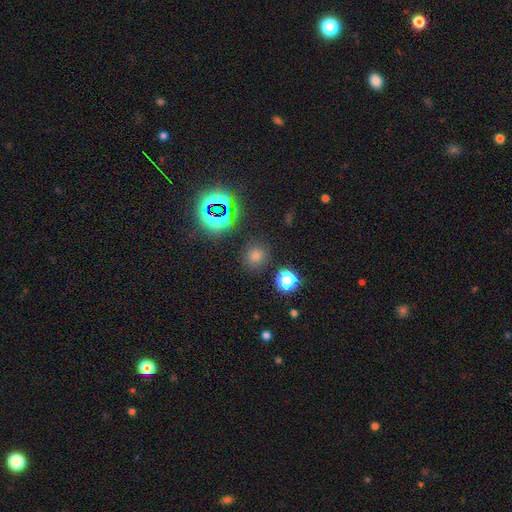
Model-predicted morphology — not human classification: Overall: smooth (60%; star or artifact 33%). How rounded: round (85%). Merging: none (87%).